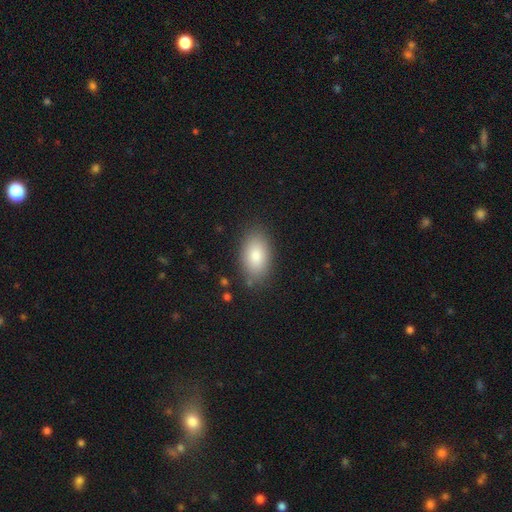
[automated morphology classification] A smooth galaxy with no disk features (83%) that is in between round and cigar-shaped (92%). Merging: none (85%).